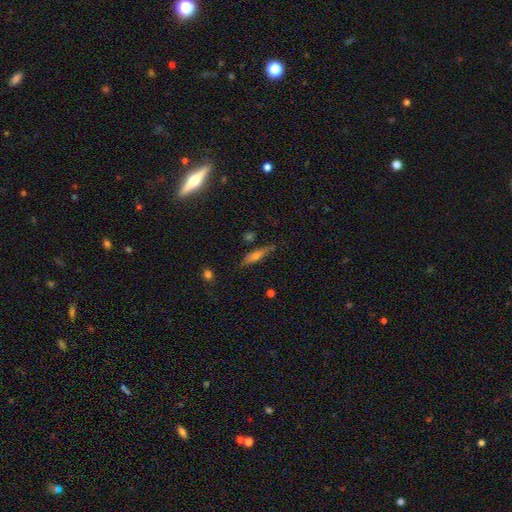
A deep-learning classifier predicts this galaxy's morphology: The model was most divided on "smooth or featured": smooth: 46%, featured or disk: 43%, star or artifact: 11%. More confident: merging — none (77%).